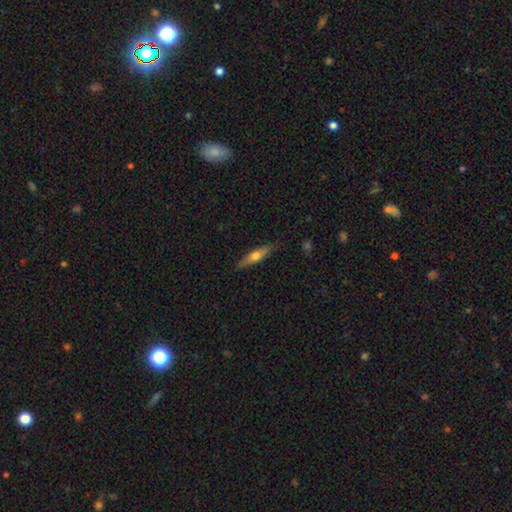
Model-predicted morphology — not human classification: Q: Smooth or featured?
A: smooth (50%); runner-up: featured or disk (44%)
Q: How rounded?
A: cigar-shaped (73%); runner-up: in between (24%)
Q: Merging?
A: none (86%); runner-up: minor disturbance (11%)